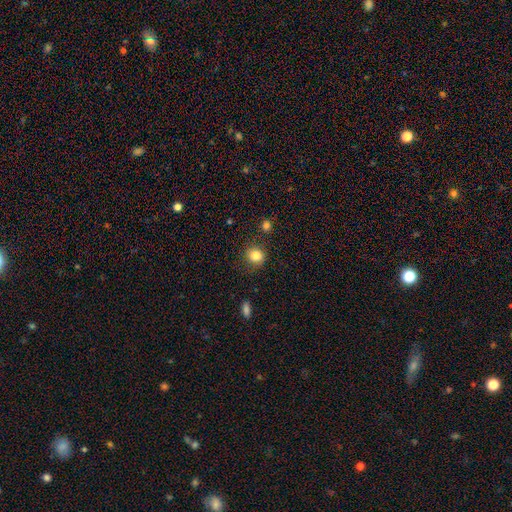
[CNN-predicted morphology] smooth-or-featured: smooth: 83% | star or artifact: 11% | featured or disk: 6%
  how-rounded: round: 83% | in between: 16% | cigar-shaped: 1%
  merging: none: 86% | minor disturbance: 9% | major disturbance: 3% | merger: 2%